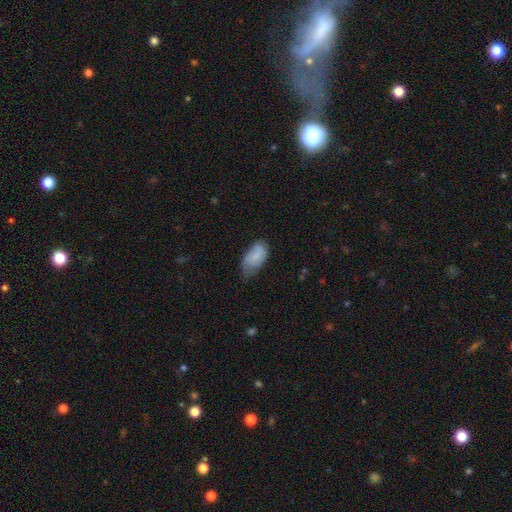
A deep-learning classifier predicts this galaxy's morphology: Smooth or featured: smooth — 78% (featured or disk — 15%)
How rounded: in between — 94% (round — 3%)
Merging: minor disturbance — 45% (none — 39%)